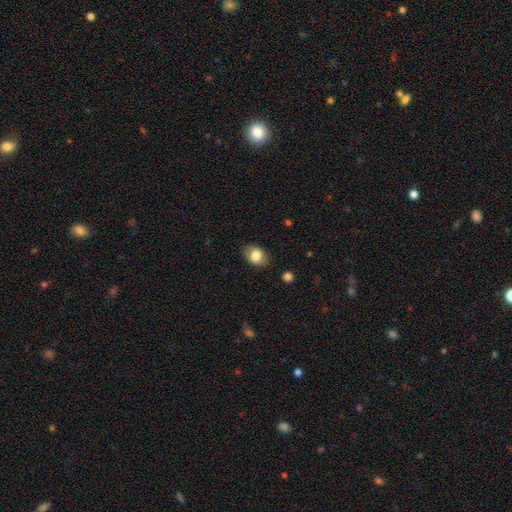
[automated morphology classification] A smooth galaxy with no disk features (79%) that is in between round and cigar-shaped (81%).

Vote fractions:
- Smooth or featured? smooth: 79% / featured or disk: 13% / star or artifact: 8%
- How rounded? in between: 81% / round: 18% / cigar-shaped: 1%
- Merging? none: 84% / minor disturbance: 12% / major disturbance: 3% / merger: 1%